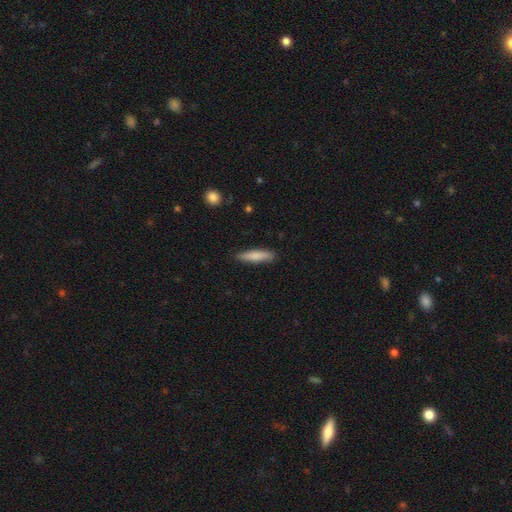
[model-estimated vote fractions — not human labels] Smooth or featured? smooth (80%)
How rounded? cigar-shaped (84%)
Merging? none (88%)